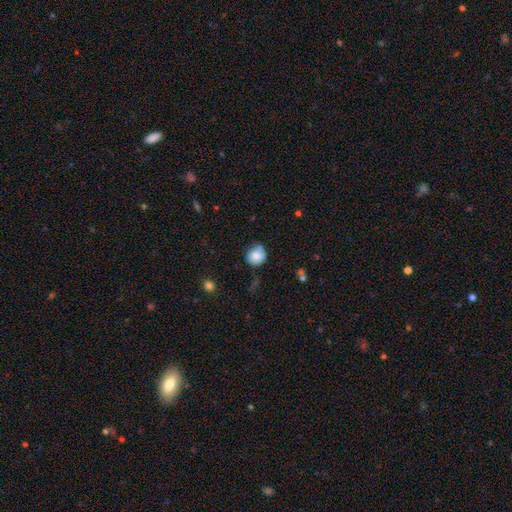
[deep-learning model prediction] Smooth or featured: smooth — 78% (featured or disk — 13%)
How rounded: round — 79% (in between — 20%)
Merging: none — 66% (minor disturbance — 21%)